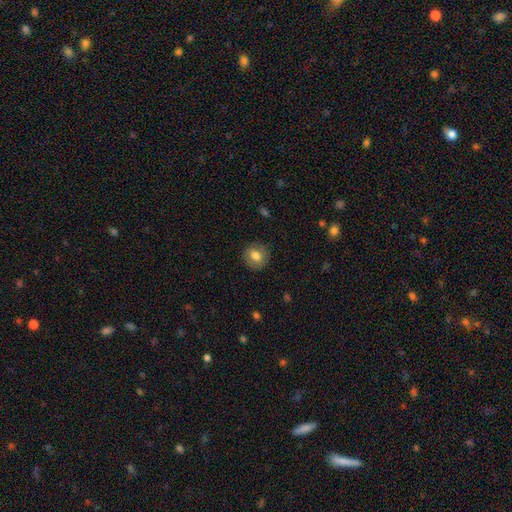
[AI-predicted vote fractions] Smooth or featured? smooth (77%)
How rounded? round (84%)
Merging? none (88%)